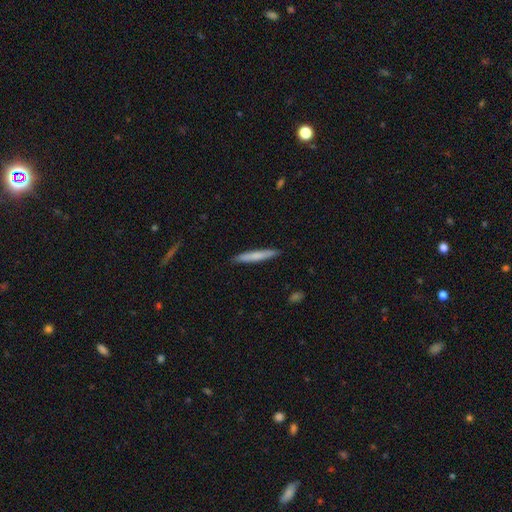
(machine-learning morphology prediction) The model was most divided on "smooth or featured": smooth: 70%, featured or disk: 24%, star or artifact: 5%. More confident: how rounded — cigar-shaped (95%); merging — none (91%).